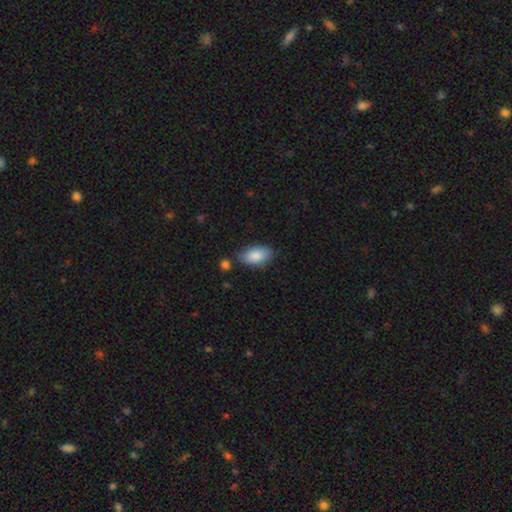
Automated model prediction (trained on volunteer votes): Morphology: type=smooth (86%); roundness=in between (93%); merging=none (73%).